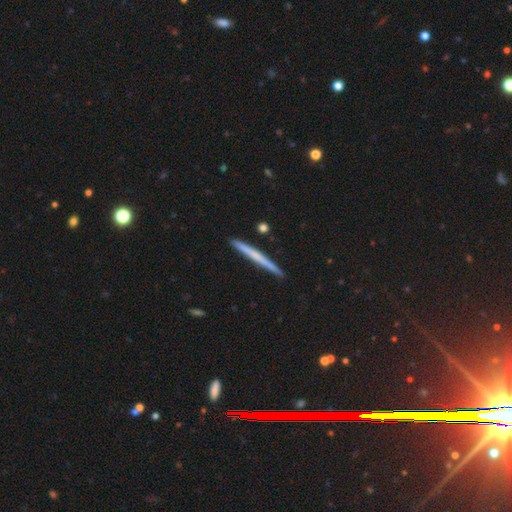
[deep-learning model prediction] Smooth or featured? Predicted: smooth (p=0.51). How rounded? Predicted: cigar-shaped (p=0.97). Merging? Predicted: none (p=0.91).